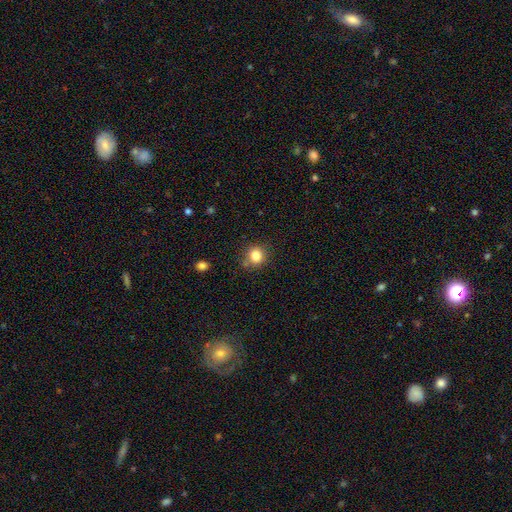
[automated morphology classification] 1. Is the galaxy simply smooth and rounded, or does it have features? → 83% smooth, 11% star or artifact, 6% featured or disk.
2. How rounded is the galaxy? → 86% round, 13% in between, 1% cigar-shaped.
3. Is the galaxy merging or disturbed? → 80% none, 12% minor disturbance, 5% merger, 3% major disturbance.